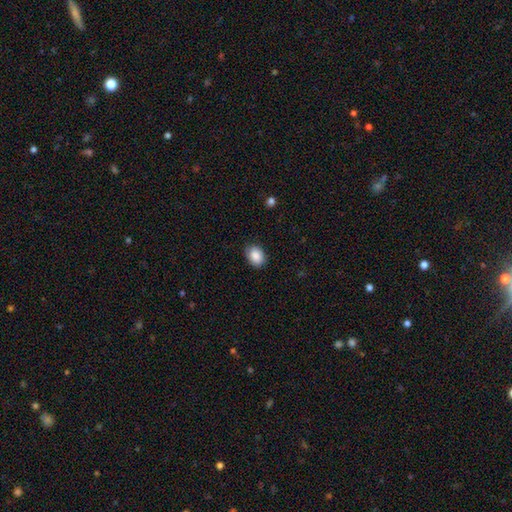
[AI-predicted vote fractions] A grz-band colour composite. It shows a smooth galaxy with no disk features (87%) that is in between round and cigar-shaped (68%). Merging: none (84%).